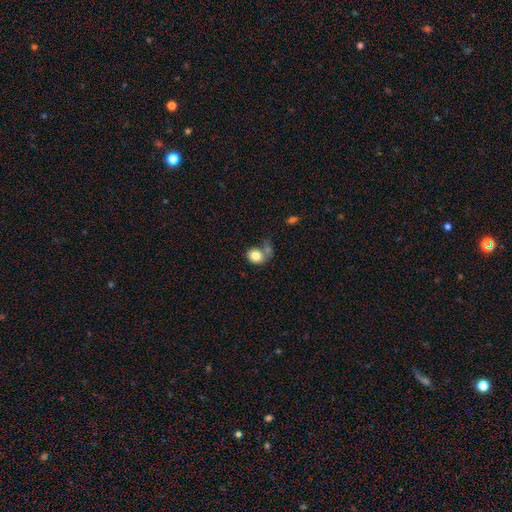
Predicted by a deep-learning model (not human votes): Smooth or featured? smooth (81%)
How rounded? round (56%)
Merging? none (42%)